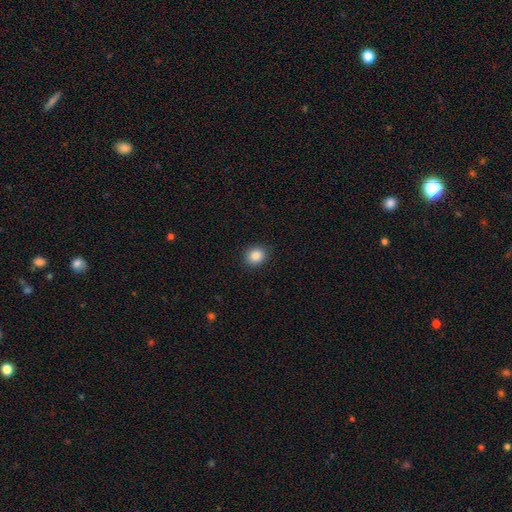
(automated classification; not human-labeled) Smooth or featured? Predicted: smooth (p=0.88). How rounded? Predicted: round (p=0.67). Merging? Predicted: none (p=0.89).